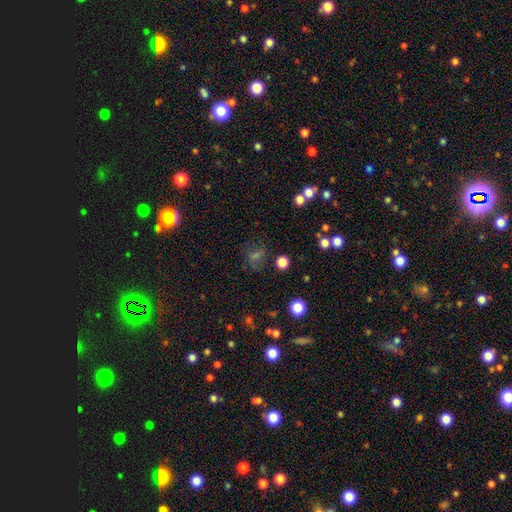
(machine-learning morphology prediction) smooth 42%, star or artifact 37%, featured or disk 21%. Down the decision tree: merging — none (69%).